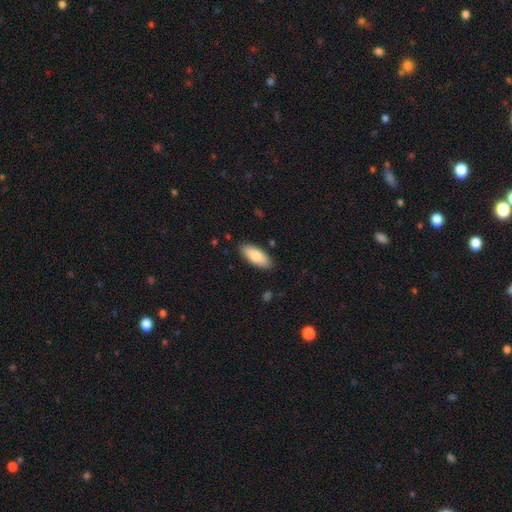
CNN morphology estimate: Overall: smooth (78%). How rounded: in between (81%). Merging: none (87%).